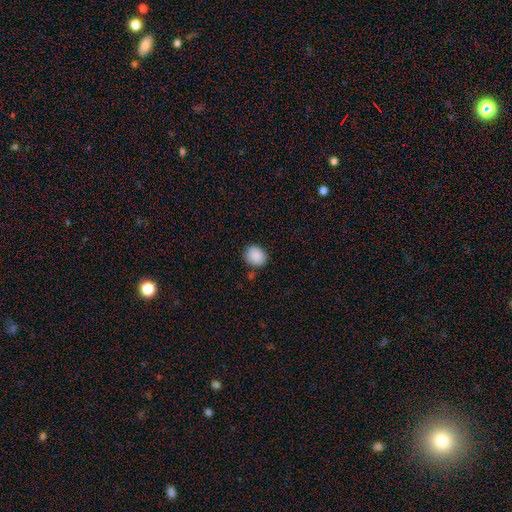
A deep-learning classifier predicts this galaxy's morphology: type=smooth (89%); roundness=round (67%); merging=none (81%).